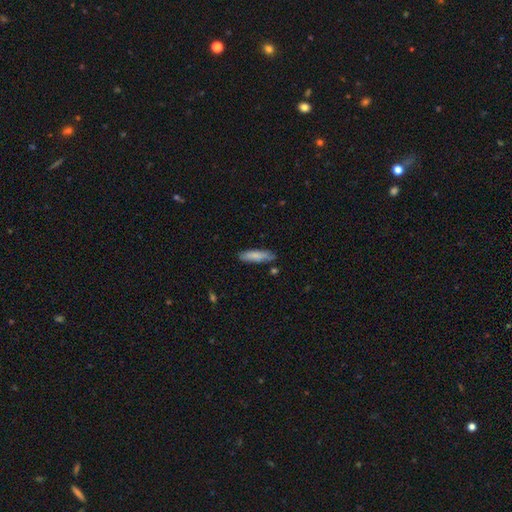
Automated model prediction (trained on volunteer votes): The model was most divided on "how rounded": cigar-shaped: 70%, in between: 29%, round: 2%. More confident: merging — none (80%); smooth or featured — smooth (80%).